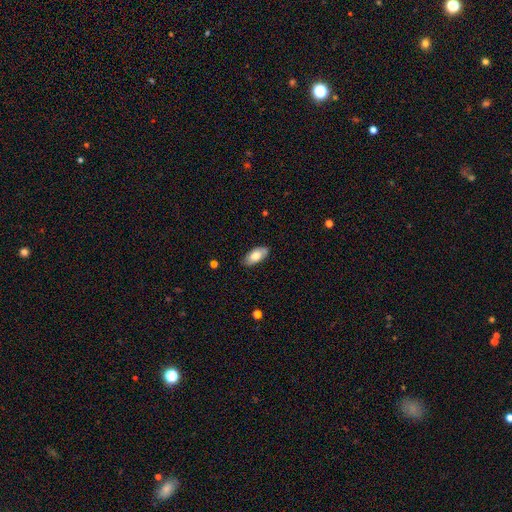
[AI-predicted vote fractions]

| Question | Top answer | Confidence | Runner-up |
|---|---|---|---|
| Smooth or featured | smooth | 73% | featured or disk (21%) |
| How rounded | in between | 92% | cigar-shaped (6%) |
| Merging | none | 83% | minor disturbance (14%) |